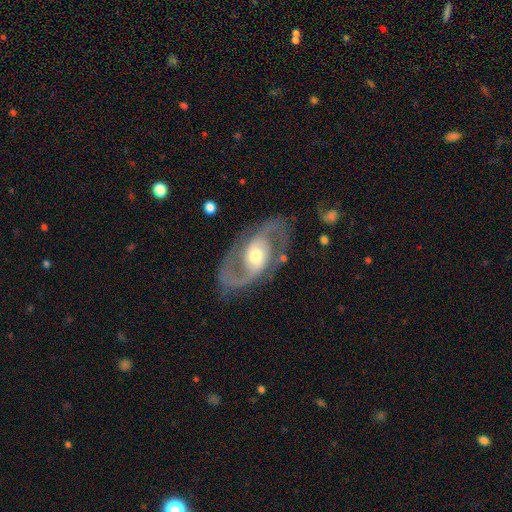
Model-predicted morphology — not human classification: Smooth or featured? featured or disk (89%)
Edge-on disk? no (96%)
Bar? no (48%)
Spiral arms? yes (94%)
Spiral winding? medium (57%)
Spiral arm count? 2 (91%)
Bulge size? moderate (69%)
Merging? none (78%)